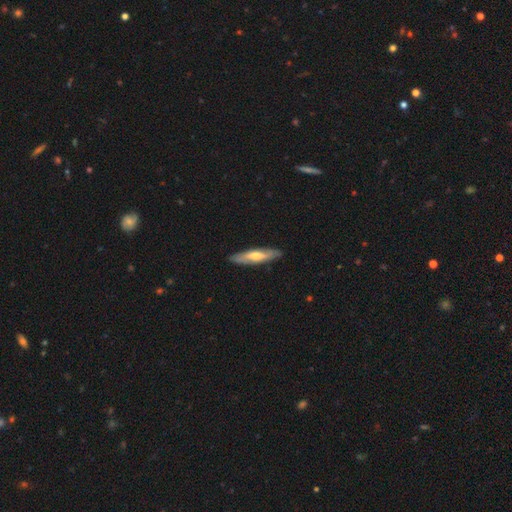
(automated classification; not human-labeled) Smooth or featured? featured or disk (49%)
Merging? none (88%)